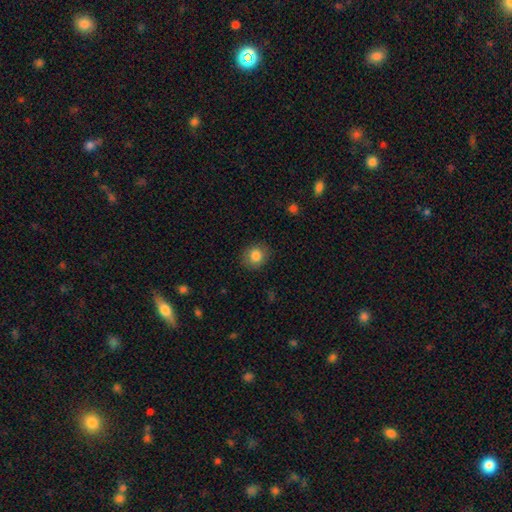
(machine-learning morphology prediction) A smooth galaxy with no disk features (83%) that is round (78%). Merging: none (87%).